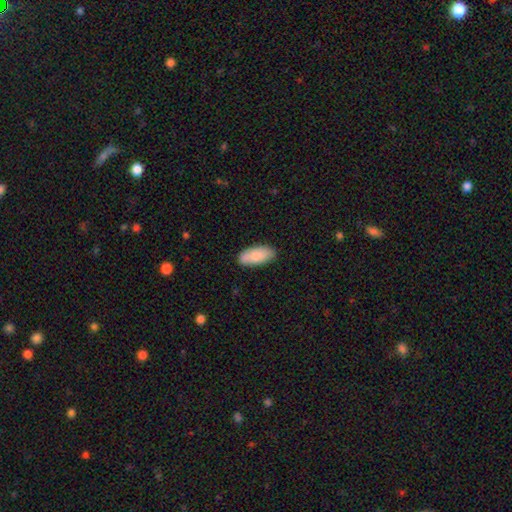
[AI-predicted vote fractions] Smooth or featured? Predicted: smooth (p=0.83). How rounded? Predicted: in between (p=0.90). Merging? Predicted: none (p=0.80).